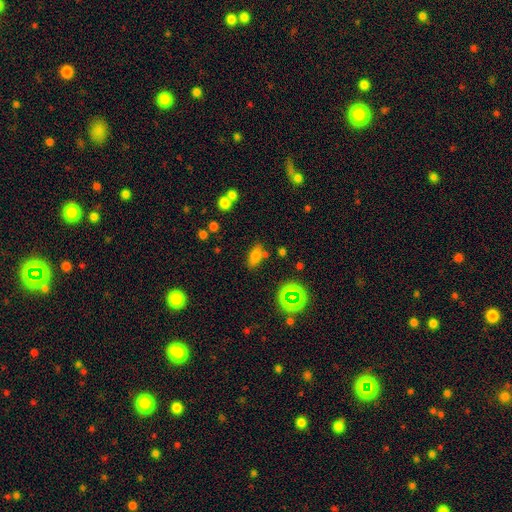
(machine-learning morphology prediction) Smooth or featured? Predicted: smooth (p=0.73). How rounded? Predicted: in between (p=0.82). Merging? Predicted: none (p=0.73).